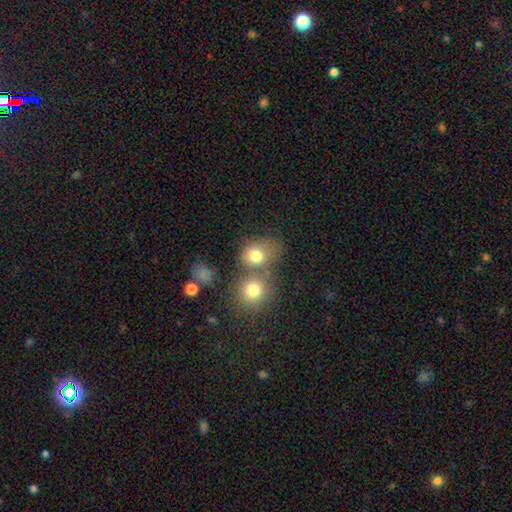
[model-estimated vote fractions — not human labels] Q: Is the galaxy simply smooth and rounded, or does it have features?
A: smooth — 77%.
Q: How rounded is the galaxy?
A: round — 63%.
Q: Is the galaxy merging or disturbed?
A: none — 43%.